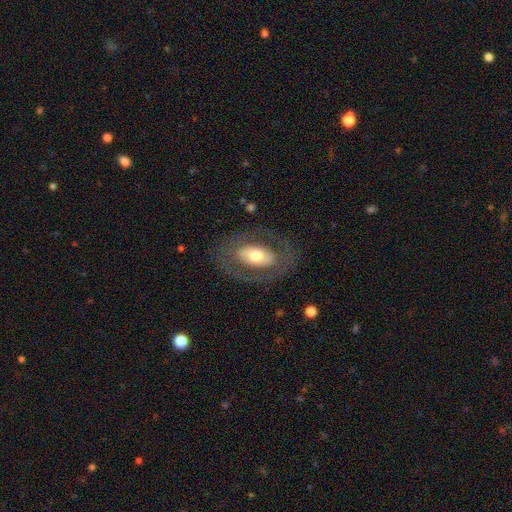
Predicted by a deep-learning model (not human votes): Smooth or featured: featured or disk — 52% (smooth — 42%)
Edge-on disk: no — 90% (yes — 10%)
Merging: none — 77% (minor disturbance — 12%)